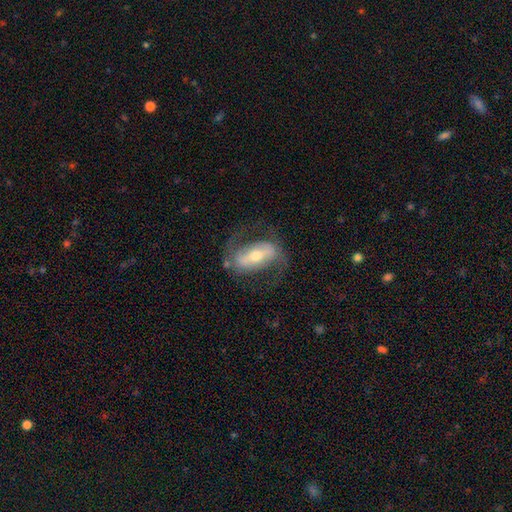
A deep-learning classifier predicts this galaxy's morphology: The model was most divided on "spiral winding": medium: 47%, loose: 34%, tight: 19%. More confident: edge-on disk — no (91%); spiral arm count — 2 (85%); spiral arms — yes (82%); smooth or featured — featured or disk (75%); merging — none (65%); bulge size — moderate (58%); bar — strong (56%).